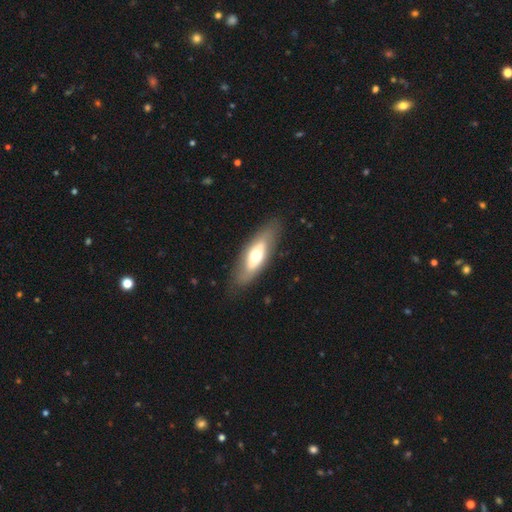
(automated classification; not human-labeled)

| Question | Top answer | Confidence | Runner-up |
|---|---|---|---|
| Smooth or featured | featured or disk | 50% | smooth (45%) |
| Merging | none | 80% | minor disturbance (14%) |